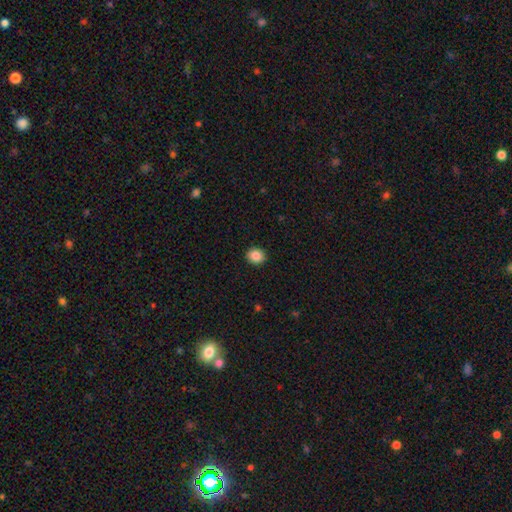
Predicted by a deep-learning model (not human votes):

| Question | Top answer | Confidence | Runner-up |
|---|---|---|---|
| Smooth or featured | smooth | 87% | star or artifact (9%) |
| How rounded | round | 73% | in between (27%) |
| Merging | none | 91% | minor disturbance (6%) |